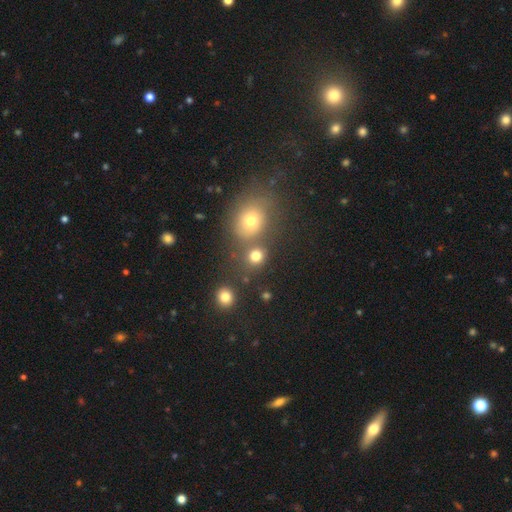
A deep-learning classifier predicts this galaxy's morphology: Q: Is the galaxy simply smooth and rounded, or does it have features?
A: smooth — 78%.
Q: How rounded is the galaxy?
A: round — 78%.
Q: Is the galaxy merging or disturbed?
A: none — 64%.